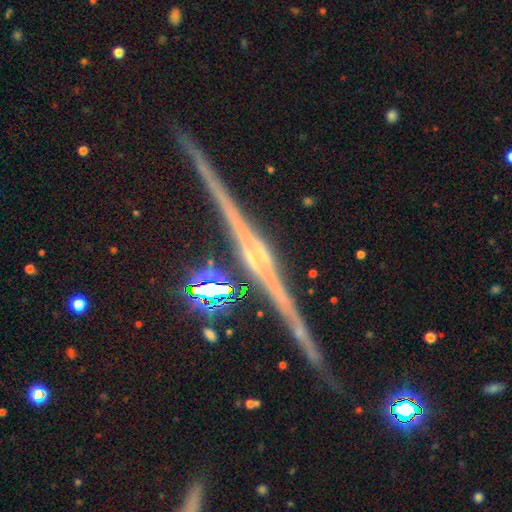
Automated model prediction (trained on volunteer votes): Smooth or featured: featured or disk — 89% (star or artifact — 7%)
Edge-on disk: yes — 99% (no — 1%)
Edge-on bulge: rounded — 75% (none — 13%)
Merging: none — 90% (minor disturbance — 6%)